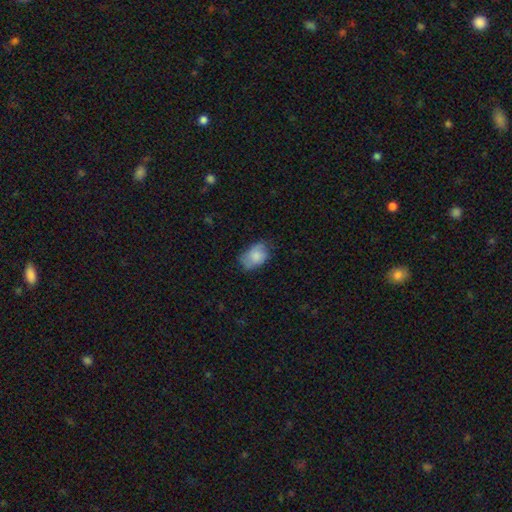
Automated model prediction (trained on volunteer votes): Morphology: type=smooth (78%); roundness=in between (85%); merging=none (56%).